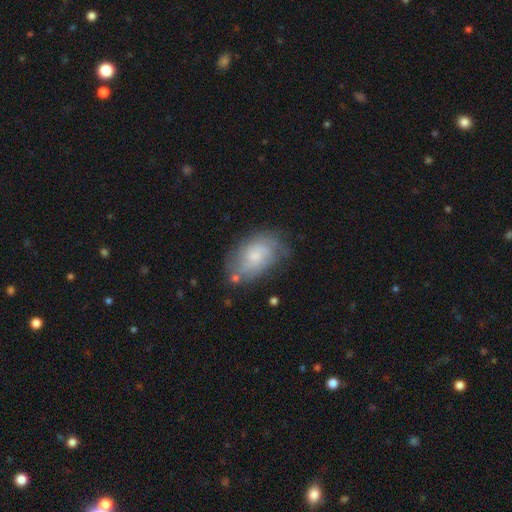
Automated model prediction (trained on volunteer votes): Q: Smooth or featured?
A: featured or disk (51%); runner-up: smooth (41%)
Q: Edge-on disk?
A: no (95%); runner-up: yes (5%)
Q: Merging?
A: none (60%); runner-up: minor disturbance (25%)